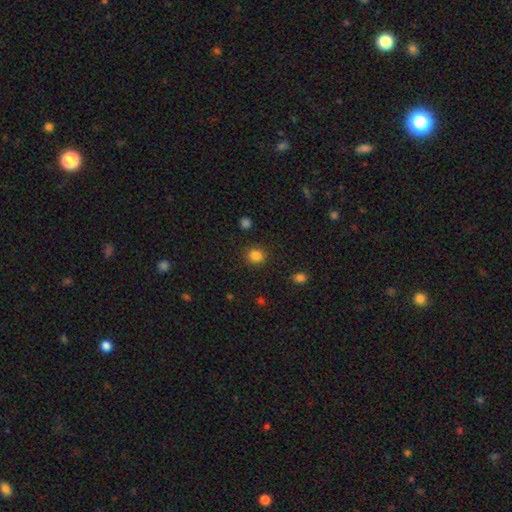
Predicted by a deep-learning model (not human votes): This is clearly a smooth galaxy (84%). How rounded: likely round (78%). Merging: clearly none (88%).